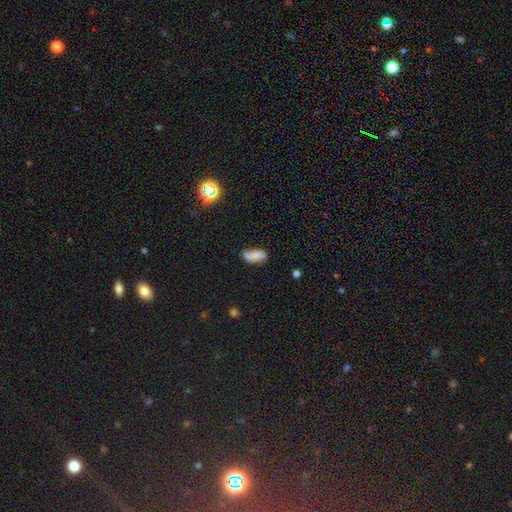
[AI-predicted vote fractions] This is likely a smooth galaxy (61%). How rounded: clearly in between (84%). Merging: likely none (72%).